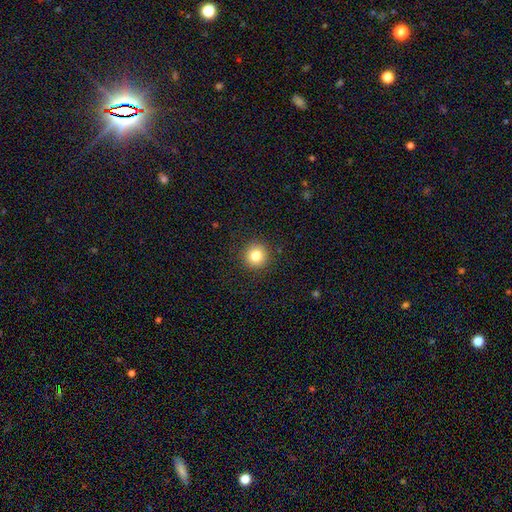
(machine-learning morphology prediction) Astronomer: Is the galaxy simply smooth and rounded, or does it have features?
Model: smooth — 82%.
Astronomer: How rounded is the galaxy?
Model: round — 95%.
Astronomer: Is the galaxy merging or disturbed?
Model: none — 92%.